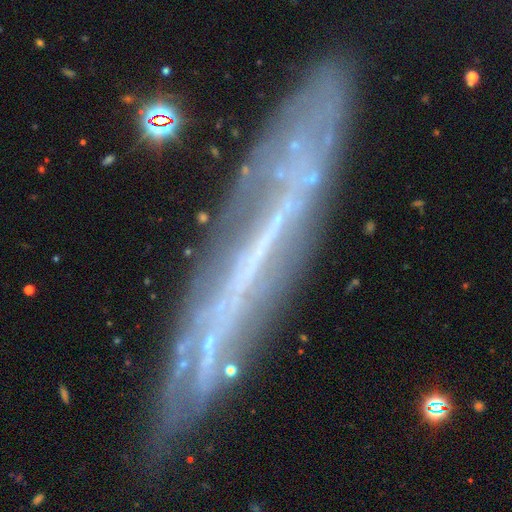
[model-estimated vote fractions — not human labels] A featured or disk galaxy (69%) viewed edge-on (72%) with no central bulge (83%).

Vote fractions:
- Smooth or featured? featured or disk: 69% / smooth: 19% / star or artifact: 11%
- Edge-on disk? yes: 72% / no: 28%
- Edge-on bulge? none: 83% / rounded: 10% / boxy: 7%
- Merging? none: 70% / minor disturbance: 19% / major disturbance: 7% / merger: 3%